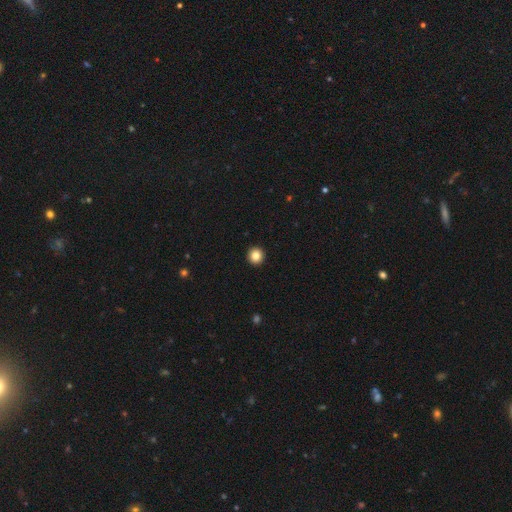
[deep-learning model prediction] Smooth or featured? smooth (85%)
How rounded? round (95%)
Merging? none (94%)